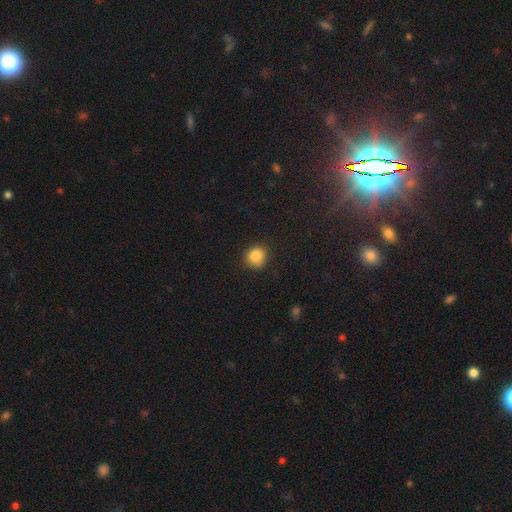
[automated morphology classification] type=smooth (86%); roundness=round (89%); merging=none (85%).